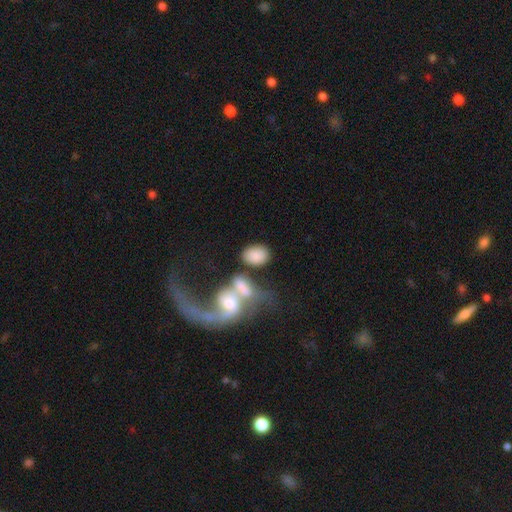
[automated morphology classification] Smooth or featured? Predicted: smooth (p=0.77). How rounded? Predicted: in between (p=0.81). Merging? Predicted: none (p=0.46).